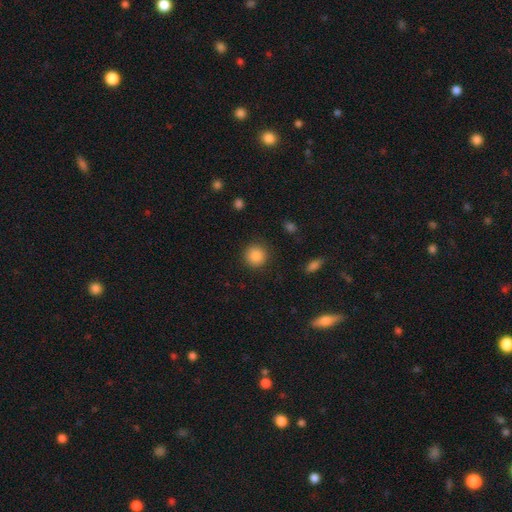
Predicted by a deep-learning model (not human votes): The model was most divided on "smooth or featured": smooth: 86%, star or artifact: 9%, featured or disk: 4%. More confident: how rounded — round (93%); merging — none (89%).